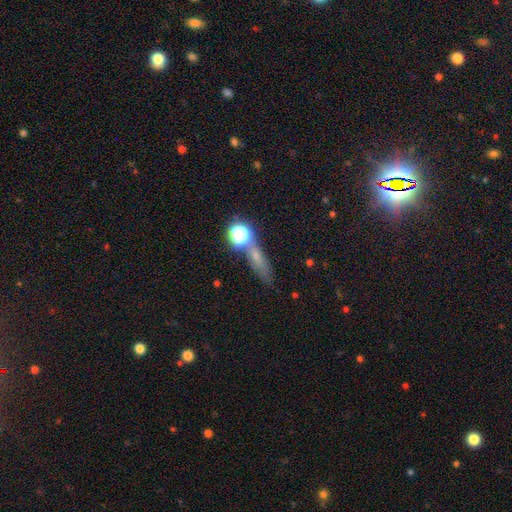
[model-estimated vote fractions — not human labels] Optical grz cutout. It shows a smooth galaxy with no disk features (49%). Merging: none (63%).